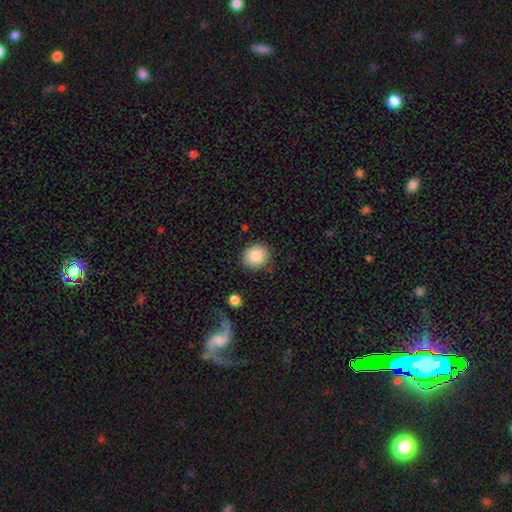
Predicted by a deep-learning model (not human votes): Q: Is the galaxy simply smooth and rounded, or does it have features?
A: smooth — 86%.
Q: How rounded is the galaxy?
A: round — 77%.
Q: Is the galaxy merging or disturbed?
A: none — 85%.